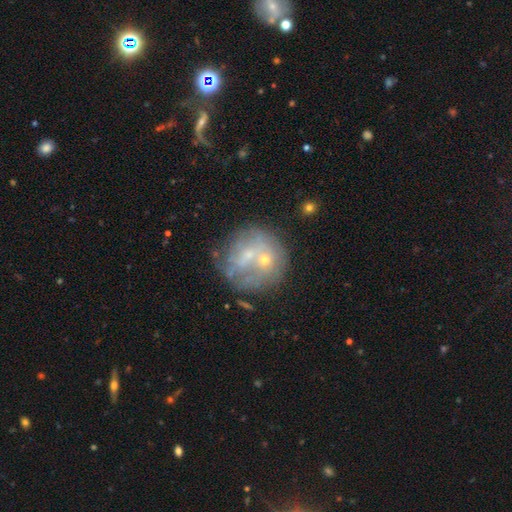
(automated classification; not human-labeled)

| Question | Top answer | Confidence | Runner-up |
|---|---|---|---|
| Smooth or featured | featured or disk | 52% | smooth (32%) |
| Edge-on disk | no | 96% | yes (4%) |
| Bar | no | 76% | weak (18%) |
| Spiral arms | no | 64% | yes (36%) |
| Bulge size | small | 66% | moderate (21%) |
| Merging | none | 48% | merger (30%) |